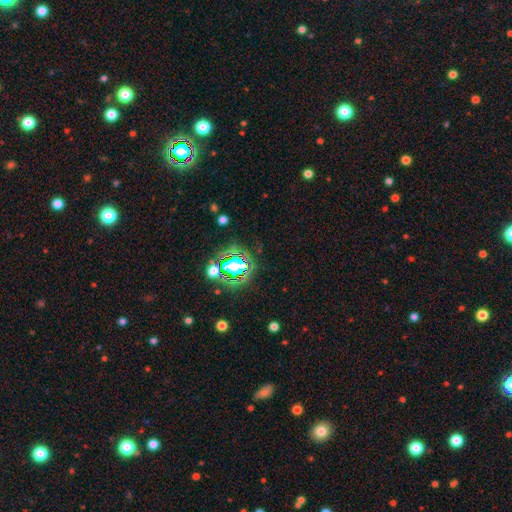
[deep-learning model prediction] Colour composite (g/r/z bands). It shows a star or artifact, not a galaxy (80%).